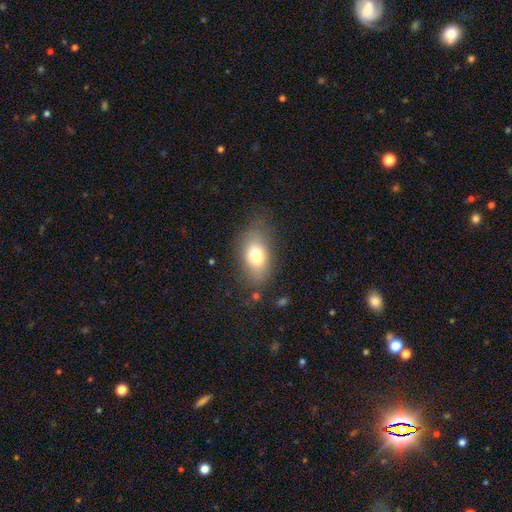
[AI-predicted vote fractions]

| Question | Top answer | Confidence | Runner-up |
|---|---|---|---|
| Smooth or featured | smooth | 74% | featured or disk (16%) |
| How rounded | in between | 86% | round (12%) |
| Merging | none | 72% | minor disturbance (18%) |